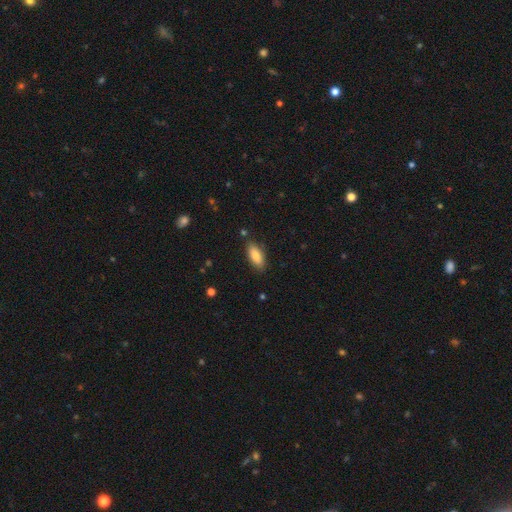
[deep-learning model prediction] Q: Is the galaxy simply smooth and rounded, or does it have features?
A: smooth — 84%.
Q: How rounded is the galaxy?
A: in between — 82%.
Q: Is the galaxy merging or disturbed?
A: none — 83%.